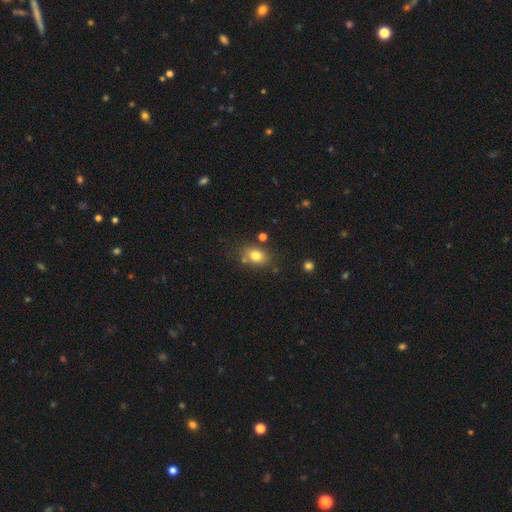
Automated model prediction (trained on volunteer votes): Q: Smooth or featured?
A: smooth (79%); runner-up: star or artifact (11%)
Q: How rounded?
A: in between (71%); runner-up: round (27%)
Q: Merging?
A: none (75%); runner-up: minor disturbance (14%)